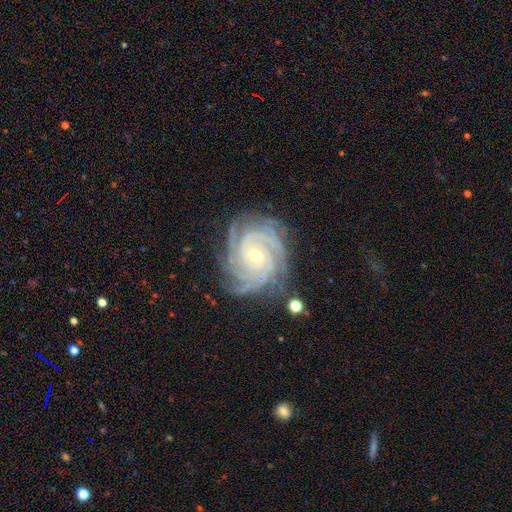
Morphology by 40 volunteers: Smooth or featured? featured or disk (95%)
Edge-on disk? no (100%)
Bar? no (53%)
Spiral arms? yes (100%)
Spiral winding? tight (89%)
Spiral arm count? 4 (53%)
Bulge size? small (76%)
Merging? none (76%)